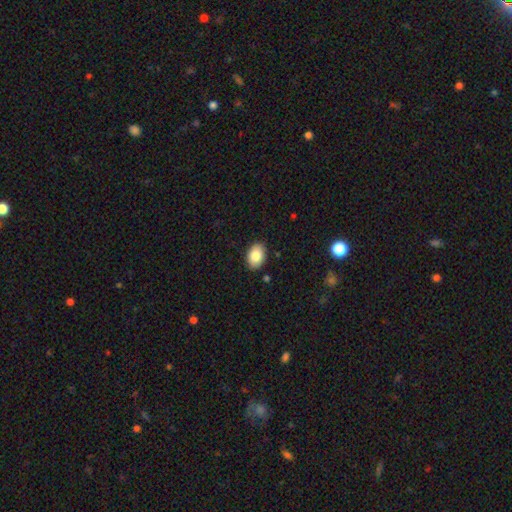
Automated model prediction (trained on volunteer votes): Smooth or featured?
  - smooth: 84% *
  - featured or disk: 9%
  - star or artifact: 7%
How rounded?
  - in between: 85% *
  - round: 14%
  - cigar-shaped: 1%
Merging?
  - none: 89% *
  - minor disturbance: 8%
  - major disturbance: 2%
  - merger: 1%